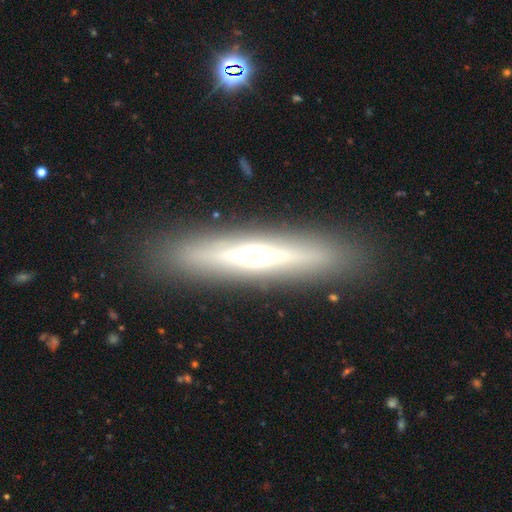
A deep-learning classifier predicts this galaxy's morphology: type=featured or disk (62%); edge-on=yes (90%); edge-on bulge=rounded (88%); merging=none (89%).